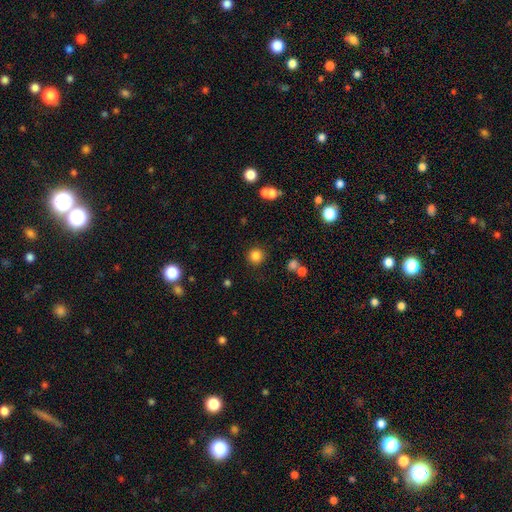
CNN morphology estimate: smooth-or-featured: smooth: 83% | star or artifact: 12% | featured or disk: 5%
  how-rounded: round: 93% | in between: 6% | cigar-shaped: 1%
  merging: none: 87% | minor disturbance: 7% | merger: 3% | major disturbance: 3%